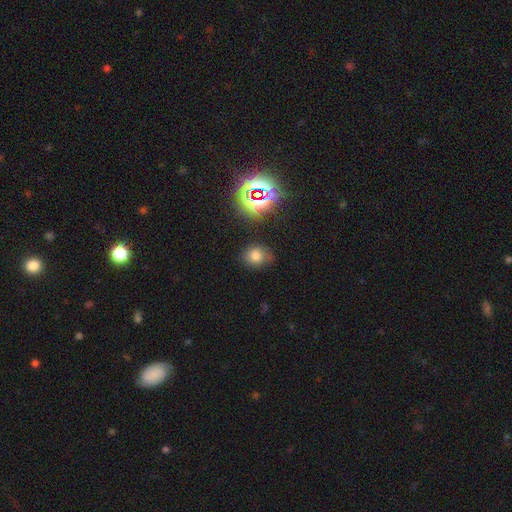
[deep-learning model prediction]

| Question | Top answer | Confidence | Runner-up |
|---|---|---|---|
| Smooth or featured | smooth | 68% | star or artifact (22%) |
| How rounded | round | 59% | in between (40%) |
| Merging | none | 74% | minor disturbance (18%) |